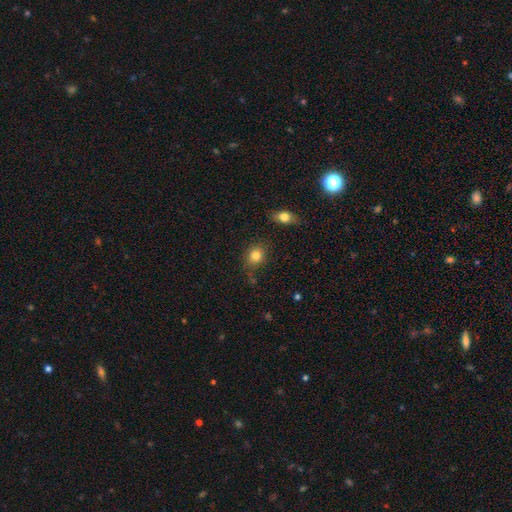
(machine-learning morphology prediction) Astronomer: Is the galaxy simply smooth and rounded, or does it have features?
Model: smooth — 81%.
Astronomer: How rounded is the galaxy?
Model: round — 68%.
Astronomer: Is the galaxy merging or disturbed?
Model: none — 73%.